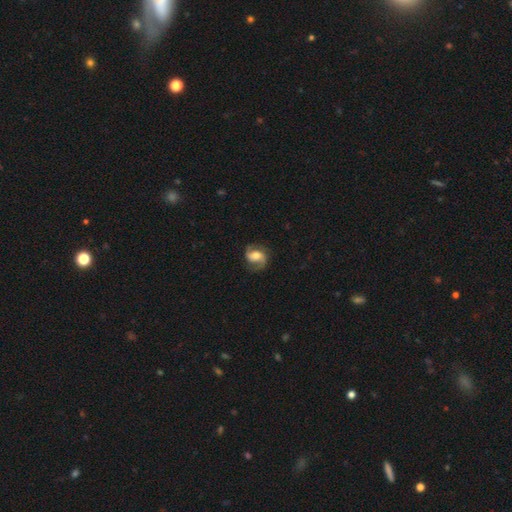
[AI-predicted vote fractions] Morphology: type=featured or disk (74%); edge-on=no (97%); bar=weak (40%); spiral arms=yes (93%); winding=medium (48%); arm count=2 (89%); bulge=moderate (62%); merging=none (76%).